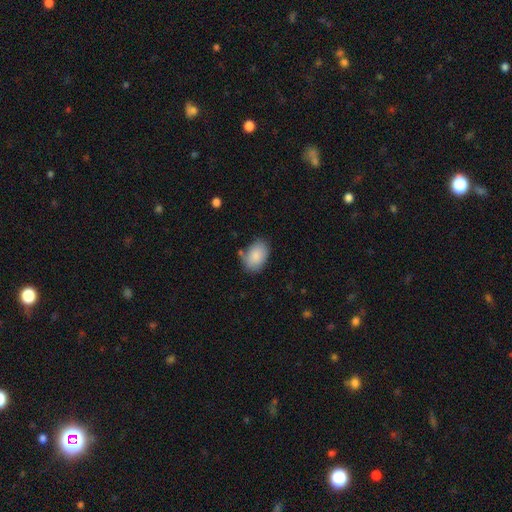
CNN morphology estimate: Smooth or featured?
  - smooth: 86% *
  - featured or disk: 7%
  - star or artifact: 7%
How rounded?
  - in between: 86% *
  - round: 13%
  - cigar-shaped: 1%
Merging?
  - none: 69% *
  - minor disturbance: 21%
  - merger: 5%
  - major disturbance: 5%